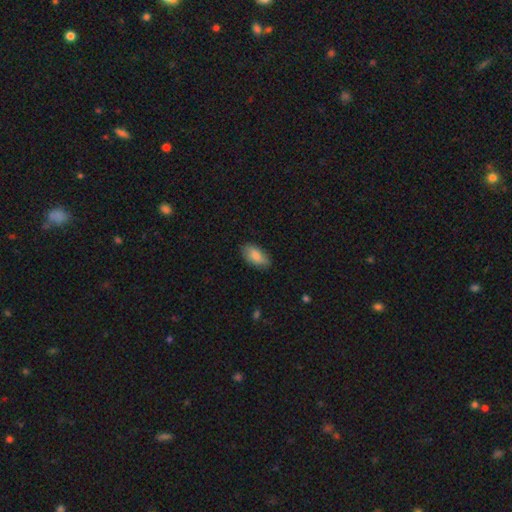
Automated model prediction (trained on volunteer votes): Overall: smooth (80%). How rounded: in between (93%). Merging: none (81%).